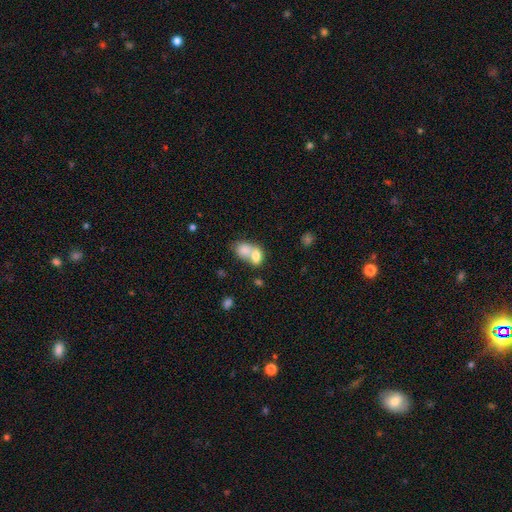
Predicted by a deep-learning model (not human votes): Smooth or featured?
  - smooth: 77% *
  - featured or disk: 15%
  - star or artifact: 8%
How rounded?
  - in between: 69% *
  - round: 29%
  - cigar-shaped: 2%
Merging?
  - merger: 74% *
  - none: 18%
  - minor disturbance: 5%
  - major disturbance: 3%